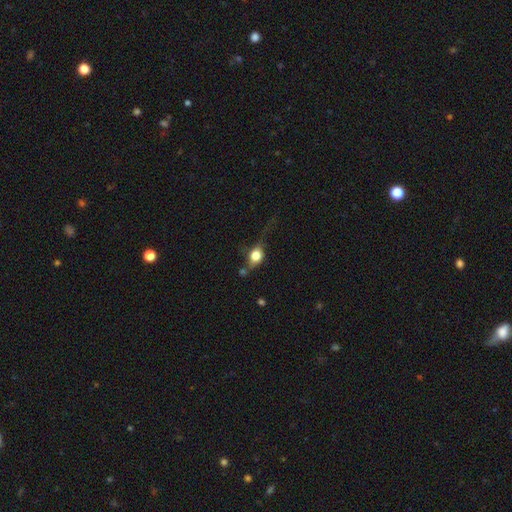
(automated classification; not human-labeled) A smooth galaxy with no disk features (67%) that is round (52%).

Vote fractions:
- Smooth or featured? smooth: 67% / featured or disk: 22% / star or artifact: 11%
- How rounded? round: 52% / in between: 42% / cigar-shaped: 5%
- Merging? none: 37% / major disturbance: 28% / minor disturbance: 25% / merger: 10%